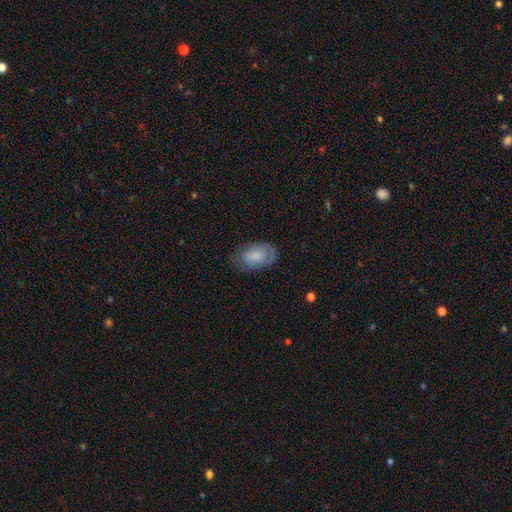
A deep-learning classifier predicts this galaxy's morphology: A smooth galaxy with no disk features (71%) that is in between round and cigar-shaped (90%). Merging: none (65%).